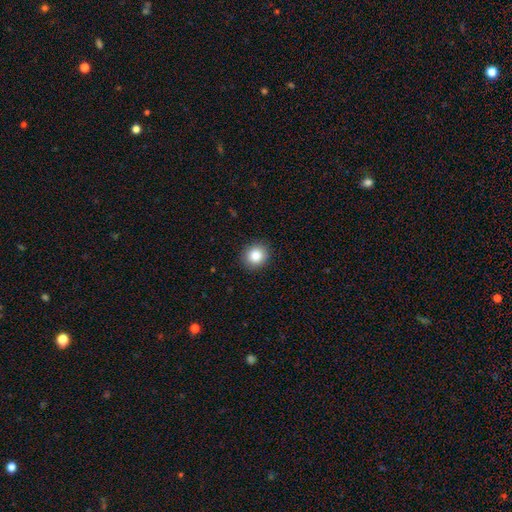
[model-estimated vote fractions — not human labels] smooth-or-featured: smooth: 87% | star or artifact: 9% | featured or disk: 5%
  how-rounded: round: 83% | in between: 16% | cigar-shaped: 1%
  merging: none: 90% | minor disturbance: 7% | major disturbance: 2% | merger: 1%